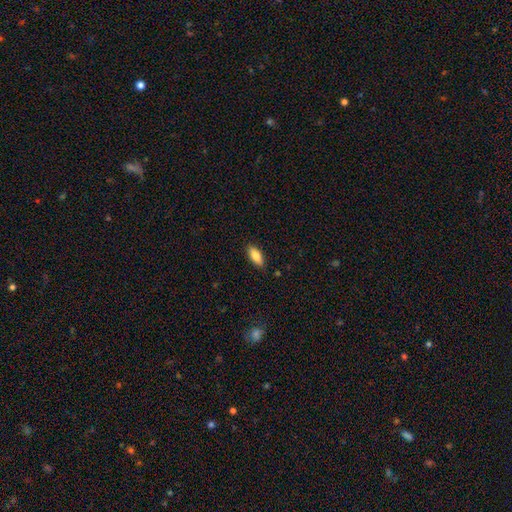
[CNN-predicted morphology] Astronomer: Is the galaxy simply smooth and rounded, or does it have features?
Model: smooth — 83%.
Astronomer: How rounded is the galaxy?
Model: in between — 79%.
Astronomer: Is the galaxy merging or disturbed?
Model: none — 86%.